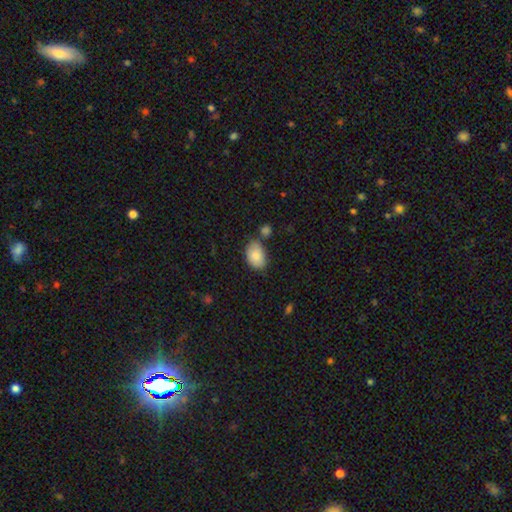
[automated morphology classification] The model was most divided on "merging": none: 66%, minor disturbance: 20%, merger: 10%, major disturbance: 4%. More confident: how rounded — in between (88%); smooth or featured — smooth (84%).